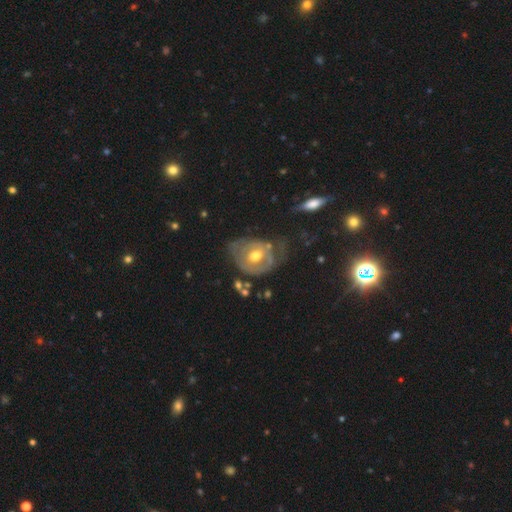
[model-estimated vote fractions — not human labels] Smooth or featured?
  - featured or disk: 69% *
  - smooth: 25%
  - star or artifact: 6%
Edge-on disk?
  - no: 95% *
  - yes: 5%
Bar?
  - no: 63% *
  - weak: 29%
  - strong: 8%
Spiral arms?
  - yes: 52% *
  - no: 48%
Bulge size?
  - moderate: 75% *
  - small: 14%
  - large: 8%
  - none: 1%
  - dominant: 1%
Merging?
  - none: 44% *
  - minor disturbance: 28%
  - major disturbance: 23%
  - merger: 5%